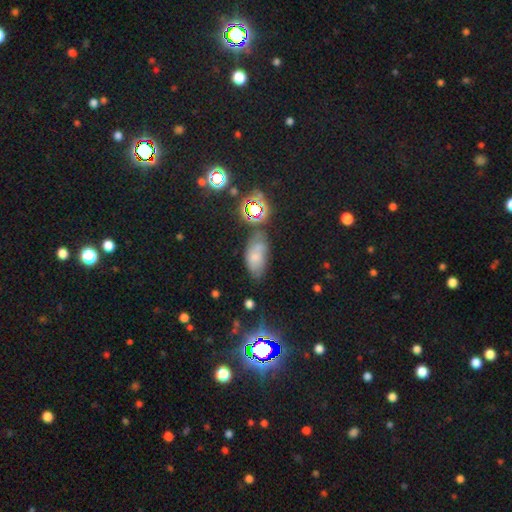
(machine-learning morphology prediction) type=smooth (56%); roundness=in between (89%); merging=none (54%).